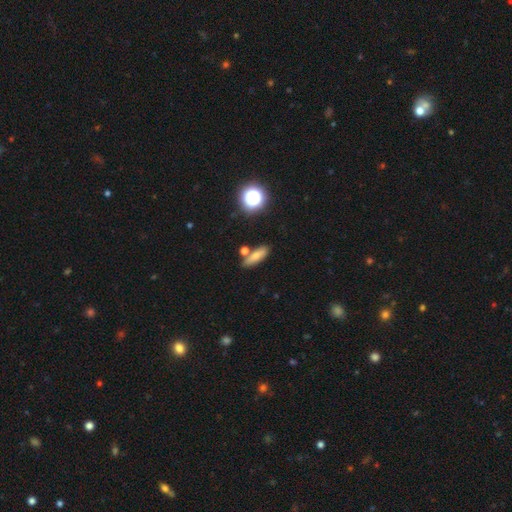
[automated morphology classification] Overall: smooth (69%). How rounded: in between (48%; cigar-shaped 44%). Merging: none (74%).